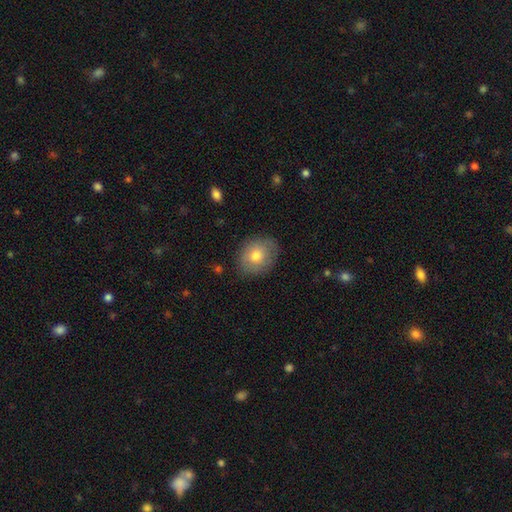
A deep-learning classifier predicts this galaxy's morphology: smooth 74%, featured or disk 18%, star or artifact 8%. Down the decision tree: how rounded — round (57%); merging — none (80%).